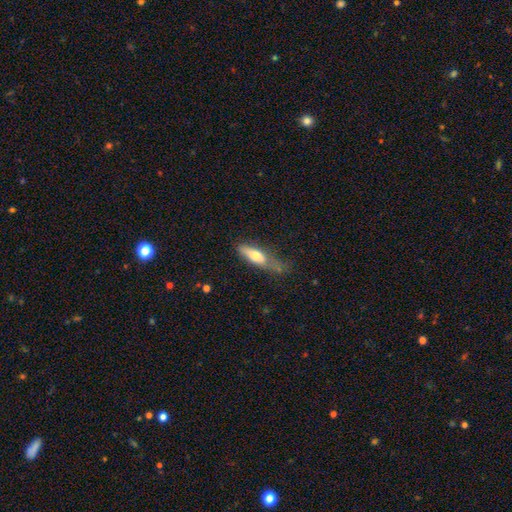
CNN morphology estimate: smooth-or-featured: smooth: 68% | featured or disk: 26% | star or artifact: 7%
  how-rounded: in between: 54% | cigar-shaped: 43% | round: 3%
  merging: none: 40% | minor disturbance: 33% | major disturbance: 21% | merger: 5%